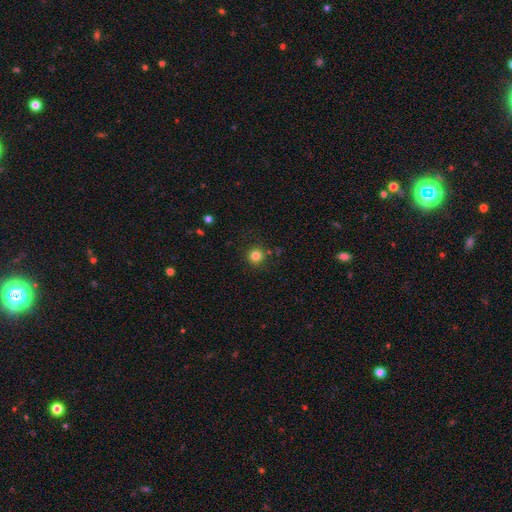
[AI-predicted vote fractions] Morphology: type=smooth (82%); roundness=round (94%); merging=none (87%).